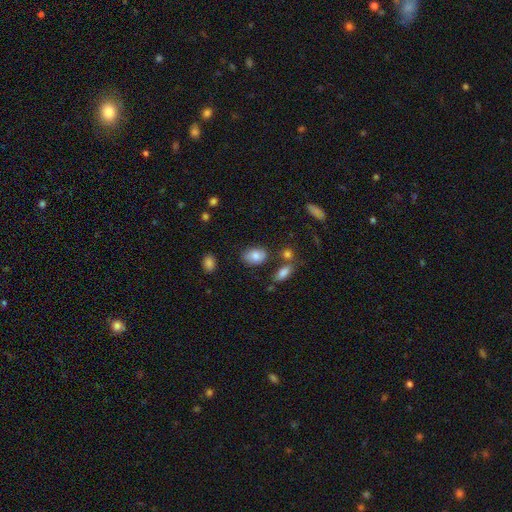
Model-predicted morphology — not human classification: Smooth or featured?
  - smooth: 80% *
  - featured or disk: 12%
  - star or artifact: 8%
How rounded?
  - in between: 83% *
  - round: 16%
  - cigar-shaped: 1%
Merging?
  - none: 74% *
  - minor disturbance: 17%
  - merger: 5%
  - major disturbance: 4%